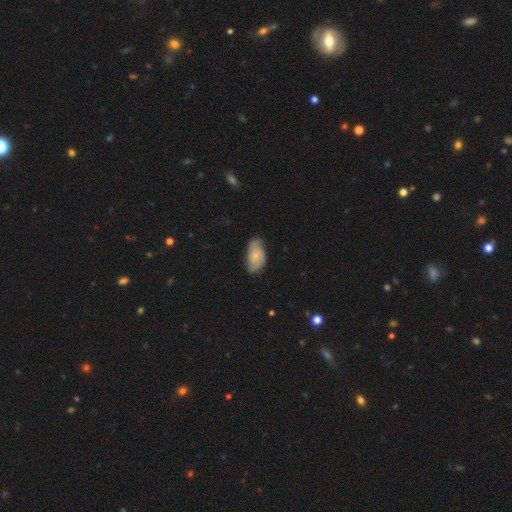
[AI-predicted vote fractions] This appears to be a smooth galaxy with no disk features (47%). Merging: none (67%).